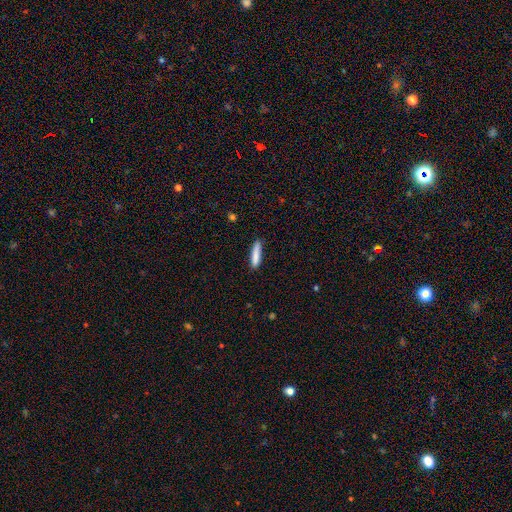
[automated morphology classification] This is clearly a smooth galaxy (84%). How rounded: clearly cigar-shaped (85%). Merging: clearly none (85%).